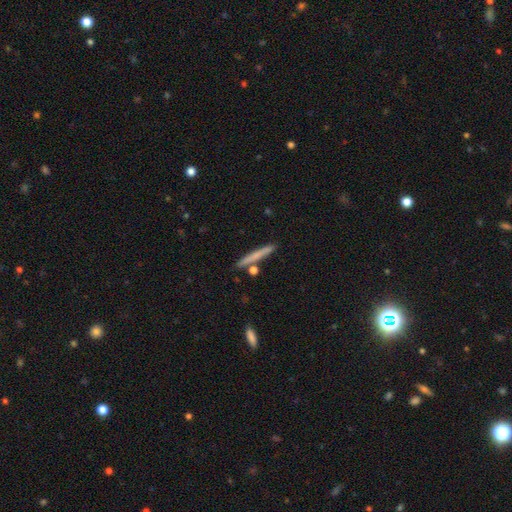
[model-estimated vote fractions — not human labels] Smooth or featured? smooth (64%)
How rounded? cigar-shaped (95%)
Merging? none (84%)